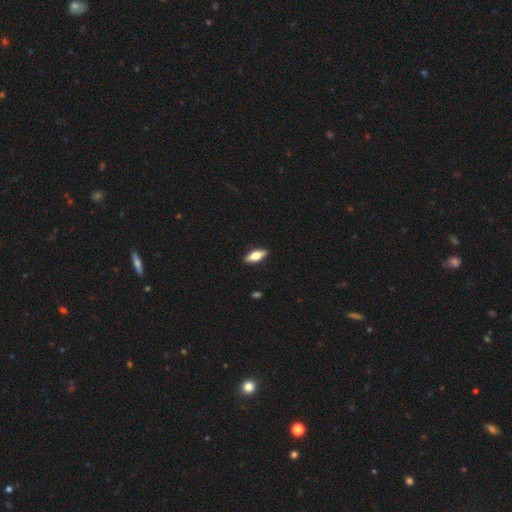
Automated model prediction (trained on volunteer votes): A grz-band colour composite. It shows a smooth galaxy with no disk features (58%) that is in between round and cigar-shaped (68%). Merging: none (90%).